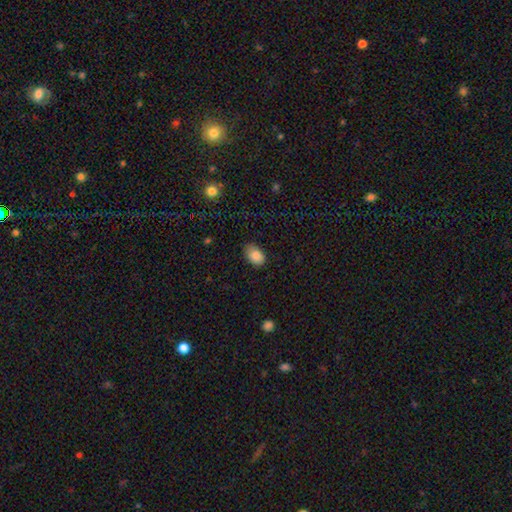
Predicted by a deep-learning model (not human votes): smooth-or-featured: smooth: 86% | star or artifact: 8% | featured or disk: 6%
  how-rounded: in between: 87% | round: 12% | cigar-shaped: 1%
  merging: none: 73% | minor disturbance: 22% | major disturbance: 4% | merger: 1%